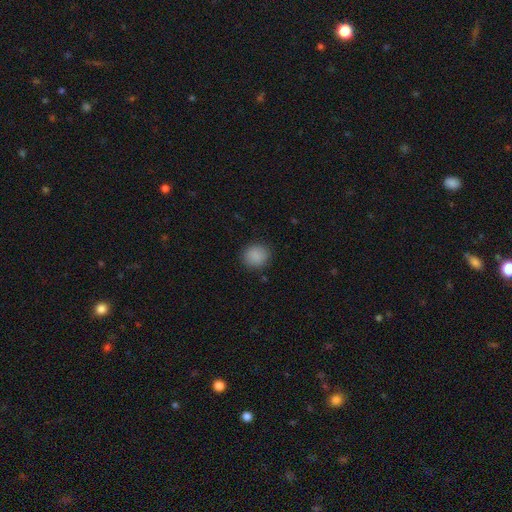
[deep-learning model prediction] smooth 88%, star or artifact 9%, featured or disk 3%. Down the decision tree: how rounded — round (81%); merging — none (87%).